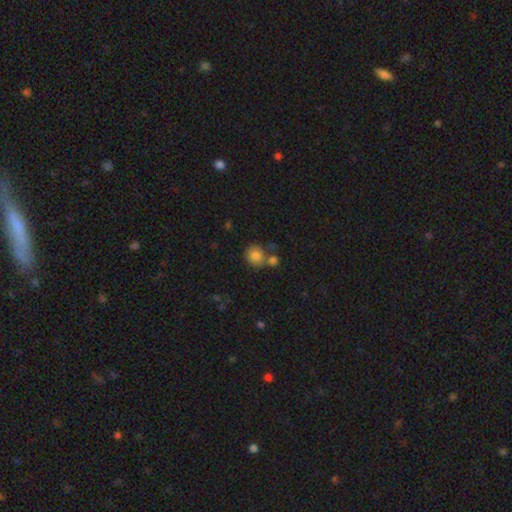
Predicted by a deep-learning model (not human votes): A smooth galaxy with no disk features (83%) that is round (85%).

Vote fractions:
- Smooth or featured? smooth: 83% / star or artifact: 9% / featured or disk: 8%
- How rounded? round: 85% / in between: 14% / cigar-shaped: 1%
- Merging? none: 56% / merger: 28% / minor disturbance: 12% / major disturbance: 4%